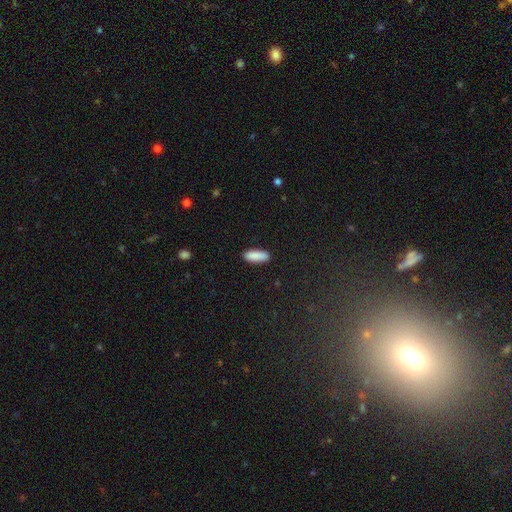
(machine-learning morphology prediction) smooth_or_featured: smooth (p=0.89) [alt: star or artifact p=0.06]
how_rounded: in between (p=0.59) [alt: cigar-shaped p=0.40]
merging: none (p=0.89) [alt: minor disturbance p=0.08]